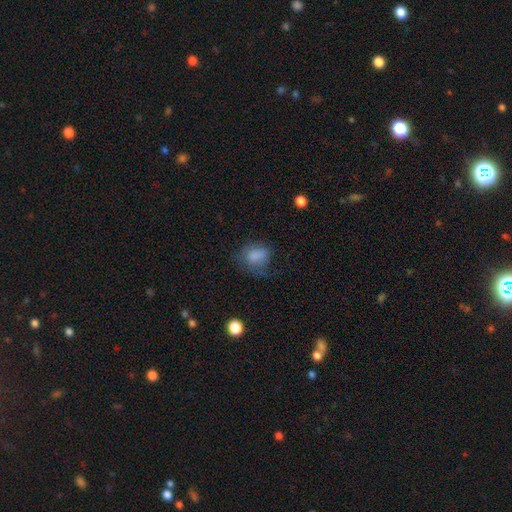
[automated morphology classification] A smooth galaxy with no disk features (76%) that is in between round and cigar-shaped (51%). Merging: none (45%).